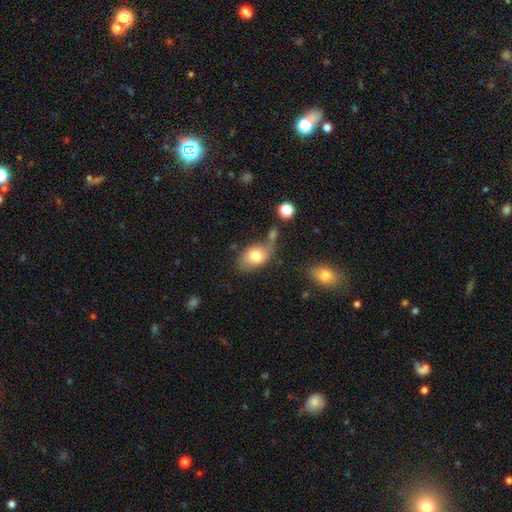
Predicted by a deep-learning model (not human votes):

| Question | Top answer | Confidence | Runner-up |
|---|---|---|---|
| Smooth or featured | smooth | 76% | featured or disk (16%) |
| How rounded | in between | 82% | round (16%) |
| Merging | none | 49% | merger (22%) |